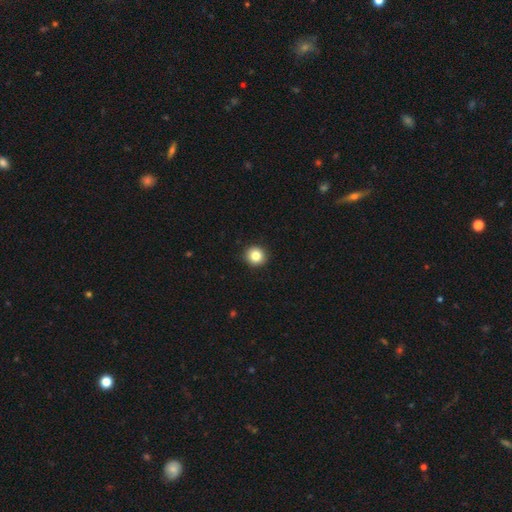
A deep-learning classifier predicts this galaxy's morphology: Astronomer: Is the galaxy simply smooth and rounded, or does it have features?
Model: smooth — 84%.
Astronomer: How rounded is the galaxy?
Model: round — 92%.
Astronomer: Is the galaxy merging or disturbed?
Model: none — 93%.